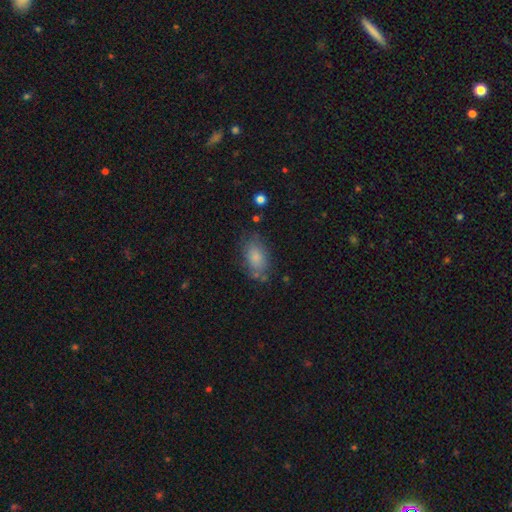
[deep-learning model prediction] Overall: smooth (76%). How rounded: in between (88%). Merging: none (70%).